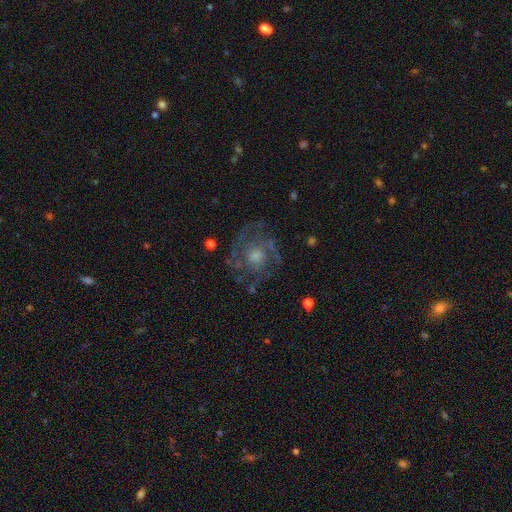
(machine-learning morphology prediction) smooth-or-featured: featured or disk: 79% | smooth: 11% | star or artifact: 9%
  disk-edge-on: no: 97% | yes: 3%
    bar: no: 77% | weak: 20% | strong: 3%
    has-spiral-arms: yes: 91% | no: 9%
      spiral-winding: tight: 51% | medium: 40% | loose: 9%
      spiral-arm-count: can't tell: 29% | 3: 26% | 2: 21% | 4: 12% | more than 4: 6% | 1: 6%
    bulge-size: moderate: 54% | small: 30% | large: 10% | none: 5% | dominant: 1%
  merging: none: 75% | minor disturbance: 14% | major disturbance: 9% | merger: 2%